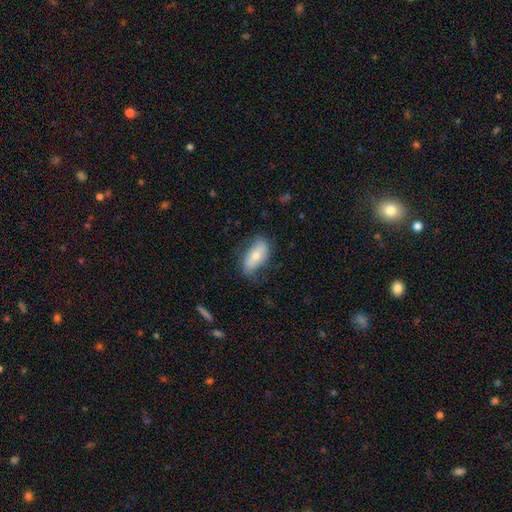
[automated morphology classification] Smooth or featured: smooth — 66% (featured or disk — 28%)
How rounded: in between — 87% (cigar-shaped — 9%)
Merging: none — 69% (minor disturbance — 23%)